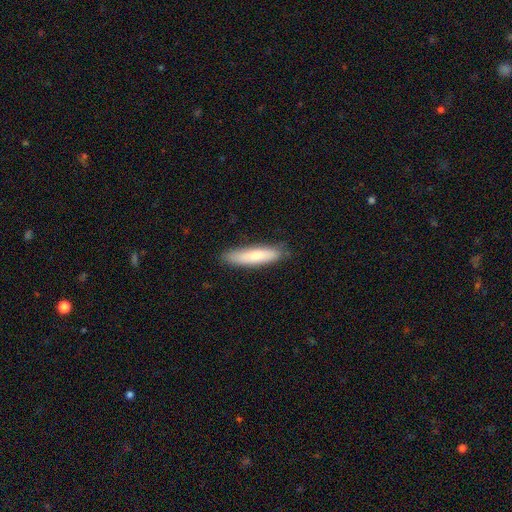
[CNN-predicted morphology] type=smooth (77%); roundness=cigar-shaped (76%); merging=none (83%).